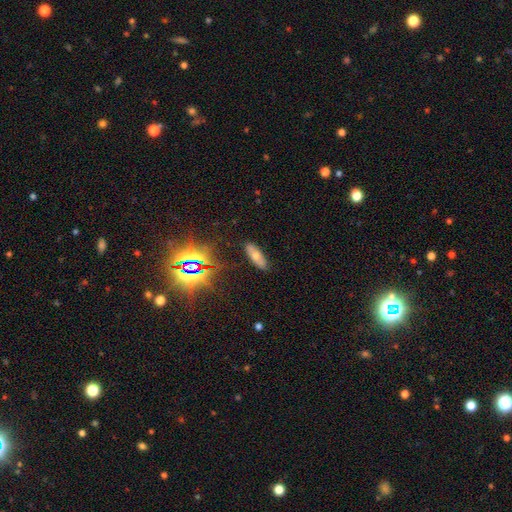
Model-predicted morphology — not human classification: Overall: smooth (39%; star or artifact 34%). Merging: none (83%).